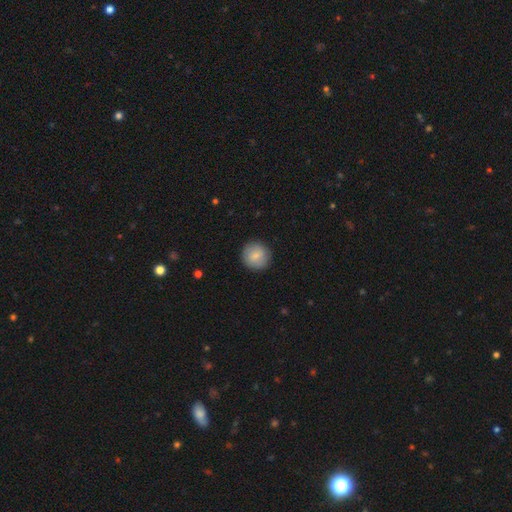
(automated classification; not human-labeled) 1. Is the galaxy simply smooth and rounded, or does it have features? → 82% smooth, 12% featured or disk, 7% star or artifact.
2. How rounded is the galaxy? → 93% round, 6% in between, 1% cigar-shaped.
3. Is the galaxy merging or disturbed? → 90% none, 7% minor disturbance, 2% major disturbance, 1% merger.